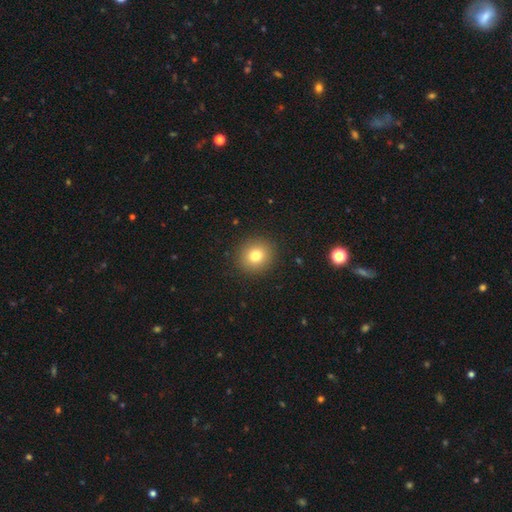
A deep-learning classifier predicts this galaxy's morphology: type=smooth (79%); roundness=round (88%); merging=none (91%).